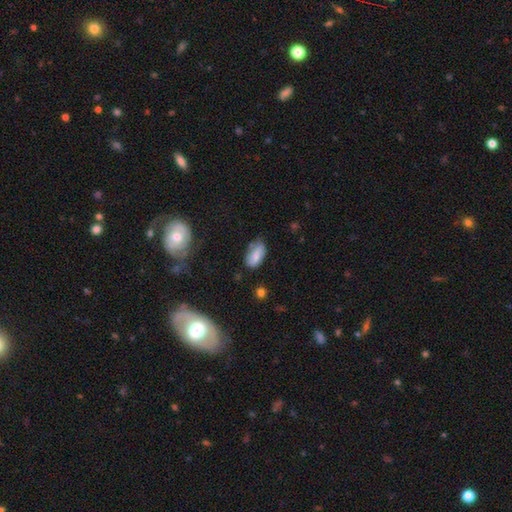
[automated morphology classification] smooth_or_featured: smooth (p=0.71) [alt: featured or disk p=0.21]
how_rounded: in between (p=0.92) [alt: round p=0.04]
merging: none (p=0.61) [alt: minor disturbance p=0.29]